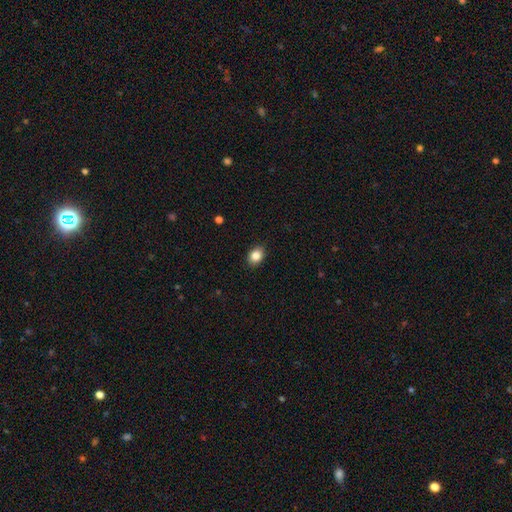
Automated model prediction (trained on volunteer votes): smooth 85%, star or artifact 9%, featured or disk 6%. Down the decision tree: how rounded — in between (65%); merging — none (90%).